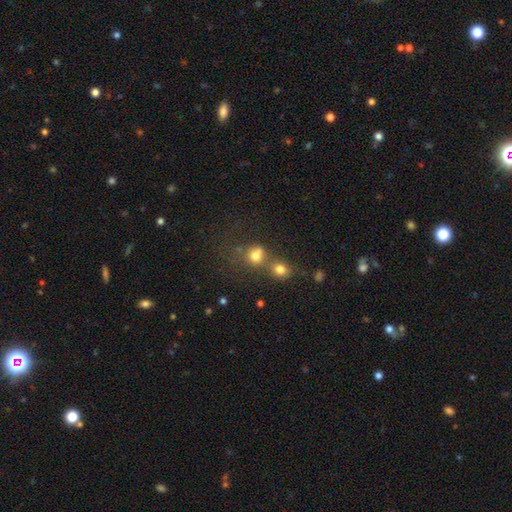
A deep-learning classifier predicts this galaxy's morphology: Smooth or featured? smooth (74%)
How rounded? round (79%)
Merging? merger (47%)